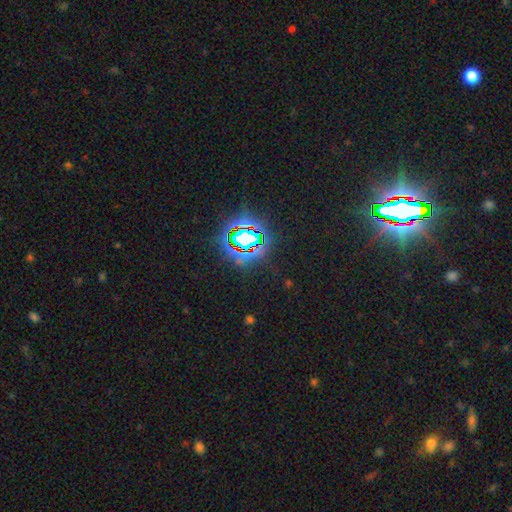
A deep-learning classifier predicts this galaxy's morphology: Overall: star or artifact (83%).